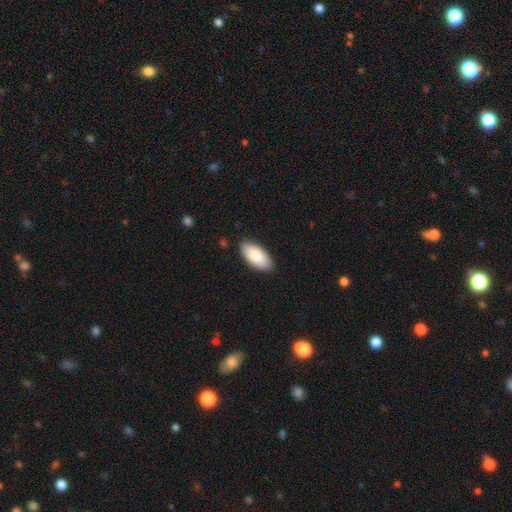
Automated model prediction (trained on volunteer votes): smooth 85%, featured or disk 9%, star or artifact 5%. Down the decision tree: how rounded — in between (94%); merging — none (86%).